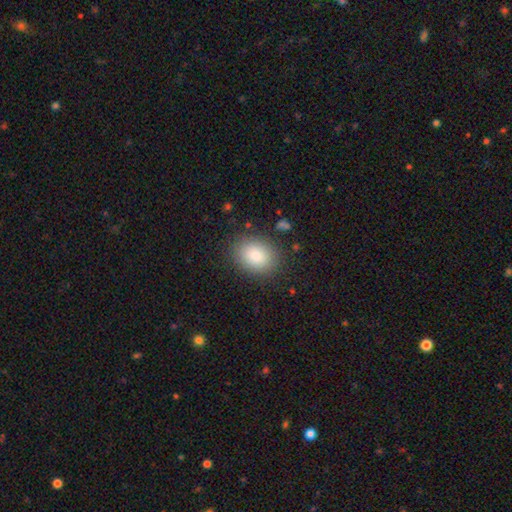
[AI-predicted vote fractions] Smooth or featured? Predicted: smooth (p=0.84). How rounded? Predicted: in between (p=0.61). Merging? Predicted: none (p=0.84).